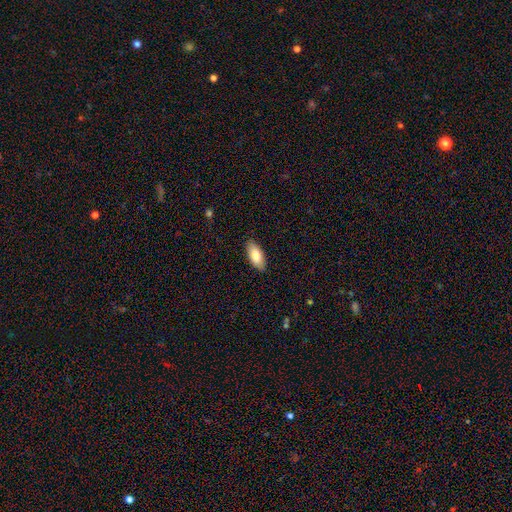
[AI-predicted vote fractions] This appears to be a smooth galaxy with no disk features (84%) that is in between round and cigar-shaped (87%). Merging: none (88%).